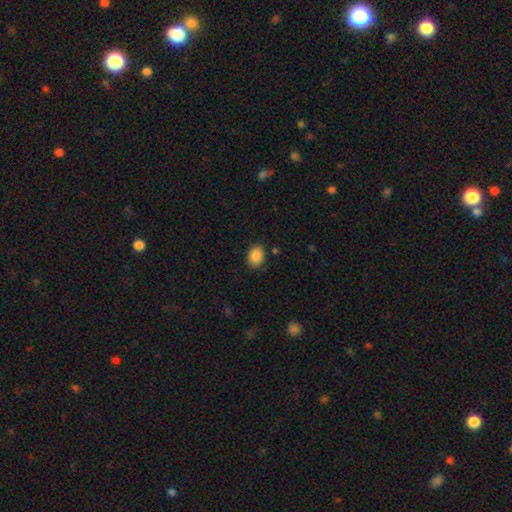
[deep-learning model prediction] Smooth or featured? Predicted: smooth (p=0.88). How rounded? Predicted: in between (p=0.66). Merging? Predicted: none (p=0.83).